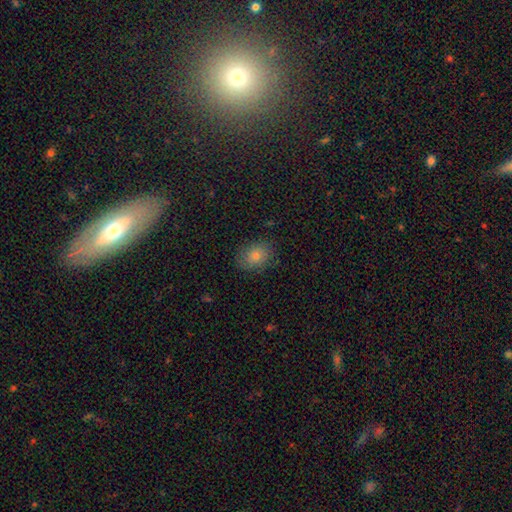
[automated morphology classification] Smooth or featured: smooth — 75% (star or artifact — 14%)
How rounded: in between — 61% (round — 38%)
Merging: none — 83% (minor disturbance — 13%)